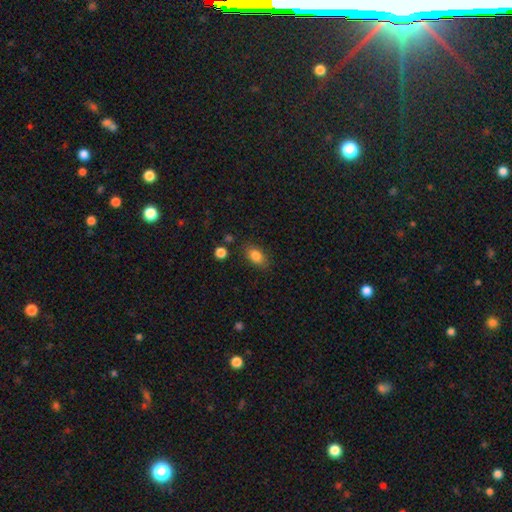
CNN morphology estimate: Smooth or featured?
  - smooth: 84% *
  - star or artifact: 9%
  - featured or disk: 7%
How rounded?
  - in between: 87% *
  - round: 9%
  - cigar-shaped: 4%
Merging?
  - none: 82% *
  - minor disturbance: 12%
  - major disturbance: 3%
  - merger: 3%